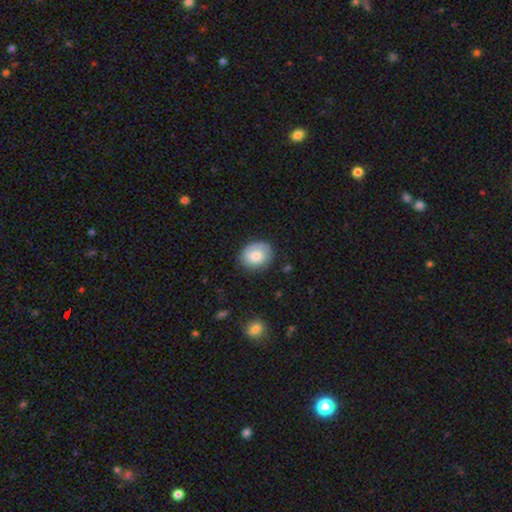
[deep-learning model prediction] Smooth or featured? Predicted: smooth (p=0.77). How rounded? Predicted: round (p=0.55). Merging? Predicted: none (p=0.80).